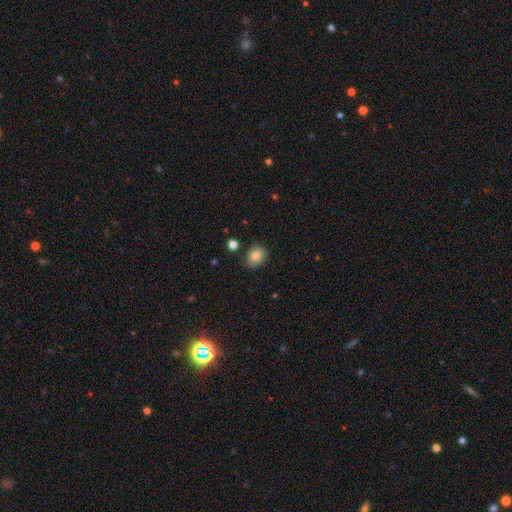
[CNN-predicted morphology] smooth-or-featured: smooth: 81% | star or artifact: 10% | featured or disk: 9%
  how-rounded: round: 61% | in between: 38% | cigar-shaped: 1%
  merging: none: 85% | minor disturbance: 10% | merger: 2% | major disturbance: 2%